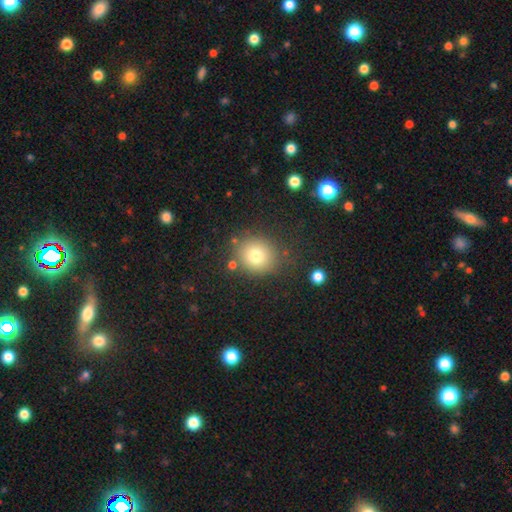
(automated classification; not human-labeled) Smooth or featured?
  - smooth: 77% *
  - star or artifact: 13%
  - featured or disk: 11%
How rounded?
  - round: 86% *
  - in between: 13%
  - cigar-shaped: 1%
Merging?
  - none: 80% *
  - minor disturbance: 11%
  - merger: 5%
  - major disturbance: 4%